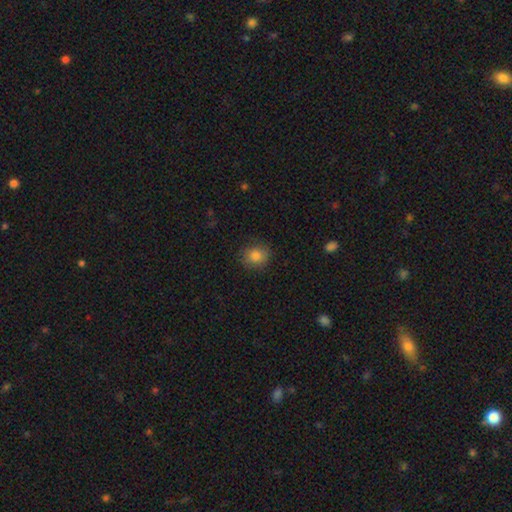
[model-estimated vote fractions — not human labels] Q: Smooth or featured?
A: smooth (84%); runner-up: star or artifact (10%)
Q: How rounded?
A: round (75%); runner-up: in between (24%)
Q: Merging?
A: none (84%); runner-up: minor disturbance (12%)